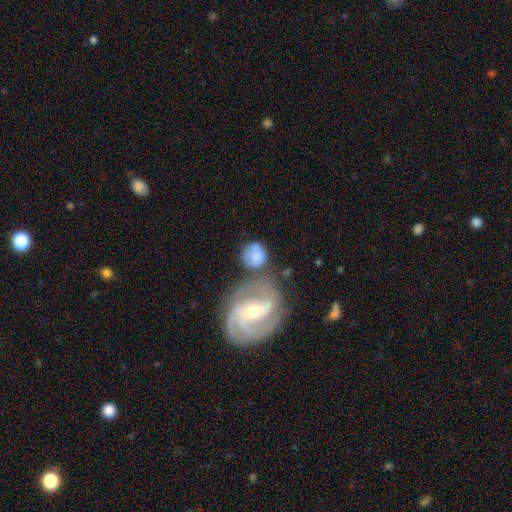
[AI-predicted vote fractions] A smooth galaxy with no disk features (65%) that is round (78%). Merging: none (50%).